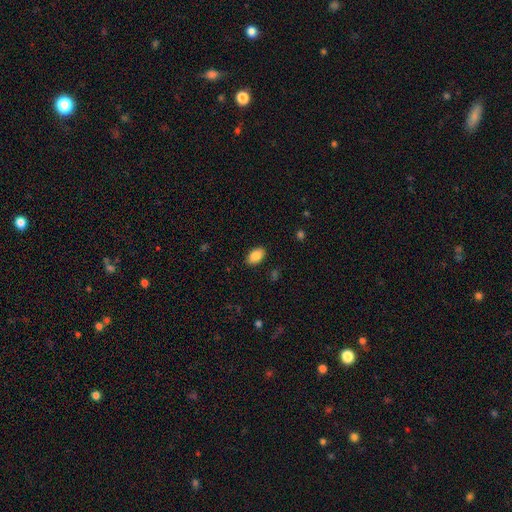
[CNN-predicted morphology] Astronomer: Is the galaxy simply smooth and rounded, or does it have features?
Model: smooth — 86%.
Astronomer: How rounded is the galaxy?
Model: in between — 92%.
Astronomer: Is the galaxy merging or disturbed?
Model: none — 87%.